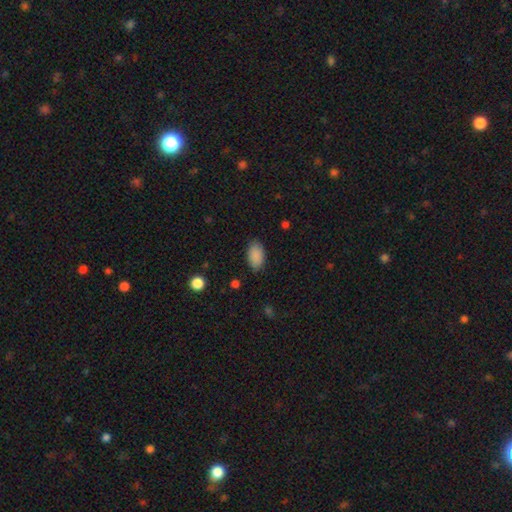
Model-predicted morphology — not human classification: Overall: smooth (89%). How rounded: in between (94%). Merging: none (86%).